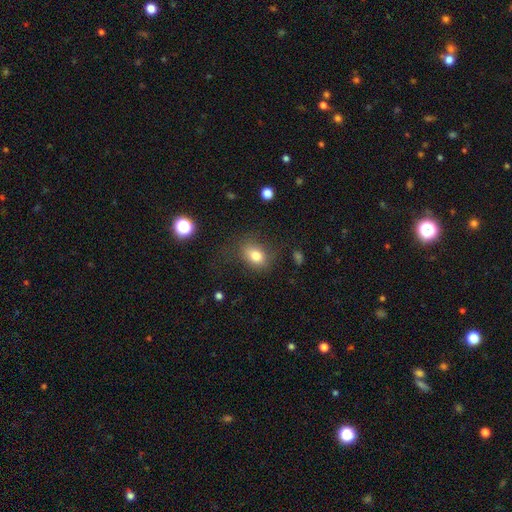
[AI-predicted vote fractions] This is likely a smooth galaxy (79%). How rounded: likely in between (69%). Merging: likely none (65%).